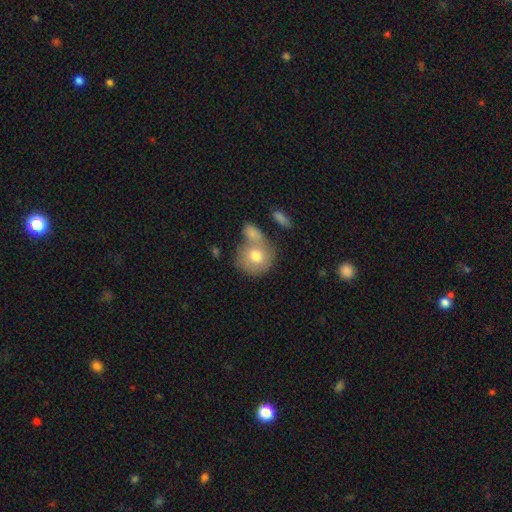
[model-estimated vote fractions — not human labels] Smooth or featured? smooth (73%)
How rounded? round (84%)
Merging? none (48%)